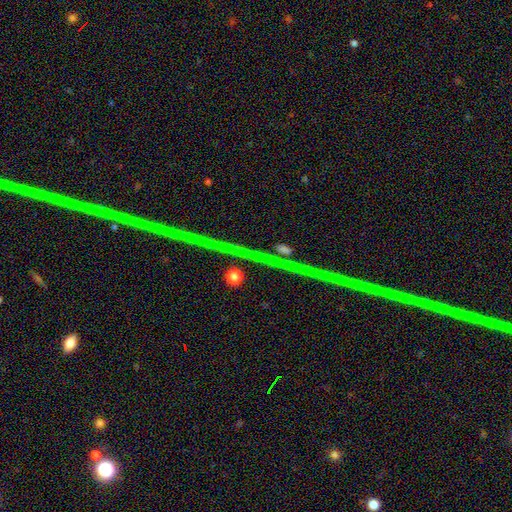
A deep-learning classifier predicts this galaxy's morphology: Smooth or featured? star or artifact (70%)